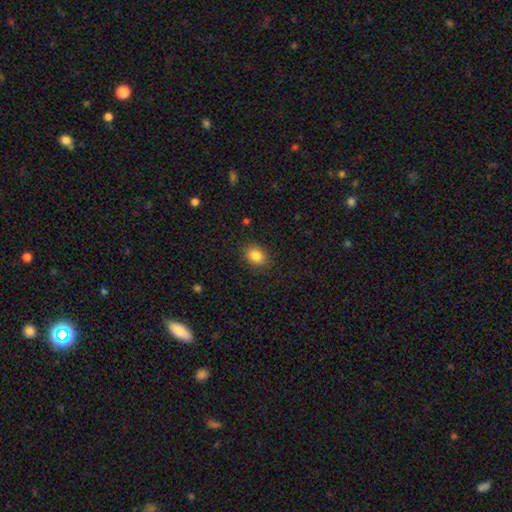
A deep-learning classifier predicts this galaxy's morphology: smooth-or-featured: smooth: 86% | star or artifact: 9% | featured or disk: 5%
  how-rounded: in between: 68% | round: 31% | cigar-shaped: 1%
  merging: none: 86% | minor disturbance: 10% | major disturbance: 3% | merger: 1%